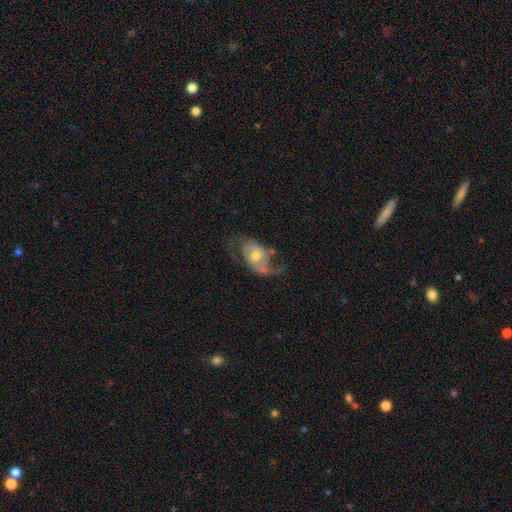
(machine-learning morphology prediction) The model was most divided on "merging": none: 48%, major disturbance: 28%, minor disturbance: 21%, merger: 4%. More confident: edge-on disk — no (96%); spiral arms — yes (84%); spiral arm count — 2 (78%); smooth or featured — featured or disk (72%); bar — no (68%); bulge size — moderate (65%); spiral winding — loose (56%).